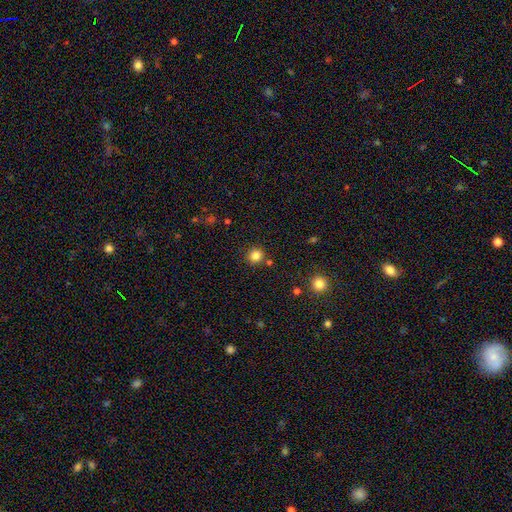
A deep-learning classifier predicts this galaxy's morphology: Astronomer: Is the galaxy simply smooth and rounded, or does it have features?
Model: smooth — 83%.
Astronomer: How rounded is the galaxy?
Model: round — 91%.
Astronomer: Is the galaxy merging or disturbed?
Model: none — 85%.